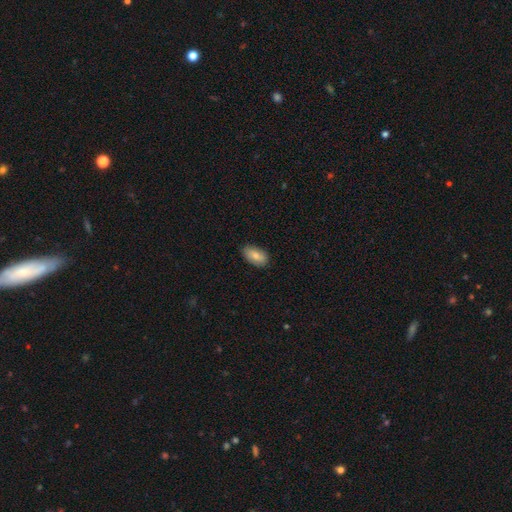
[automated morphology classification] type=smooth (81%); roundness=in between (93%); merging=none (85%).